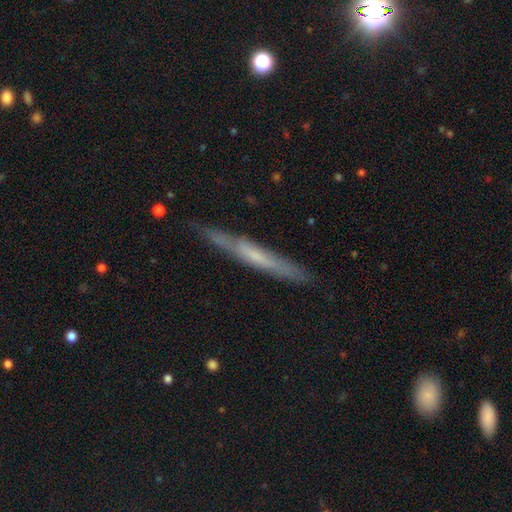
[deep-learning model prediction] Morphology: type=featured or disk (52%); edge-on=yes (90%); merging=none (80%).